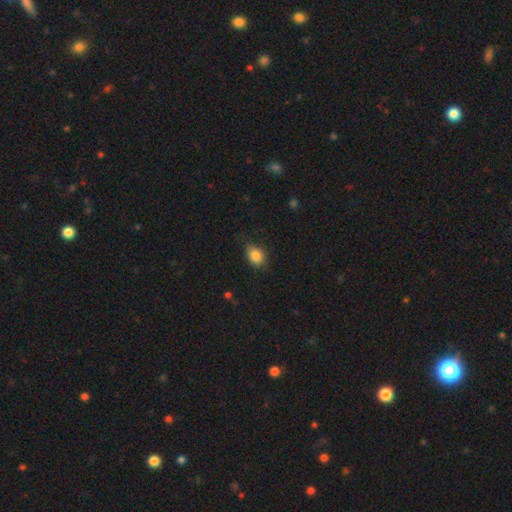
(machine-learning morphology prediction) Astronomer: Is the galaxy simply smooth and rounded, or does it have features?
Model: smooth — 84%.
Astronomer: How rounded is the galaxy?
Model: in between — 58% (runner-up: round, 41%).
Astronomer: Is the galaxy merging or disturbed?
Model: none — 71%.